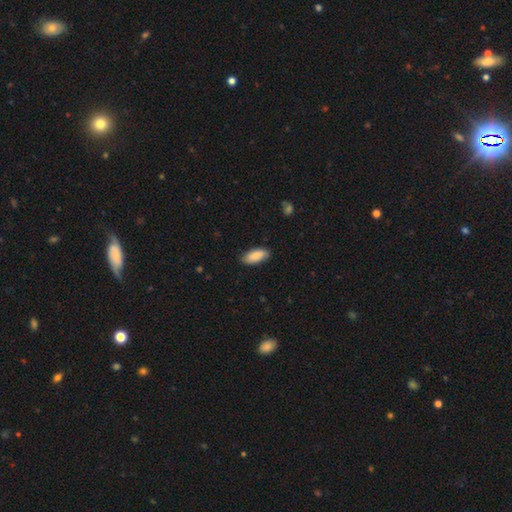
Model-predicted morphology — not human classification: A smooth galaxy with no disk features (85%) that is in between round and cigar-shaped (88%).

Vote fractions:
- Smooth or featured? smooth: 85% / featured or disk: 9% / star or artifact: 6%
- How rounded? in between: 88% / cigar-shaped: 10% / round: 2%
- Merging? none: 82% / minor disturbance: 15% / major disturbance: 2% / merger: 1%